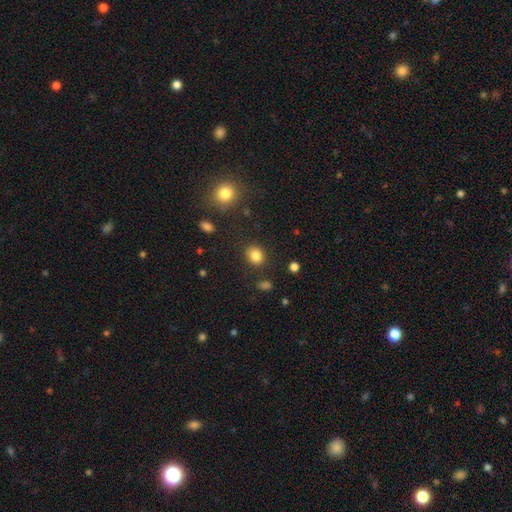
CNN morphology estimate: The model was most divided on "how rounded": round: 61%, in between: 38%, cigar-shaped: 1%. More confident: merging — none (85%); smooth or featured — smooth (84%).